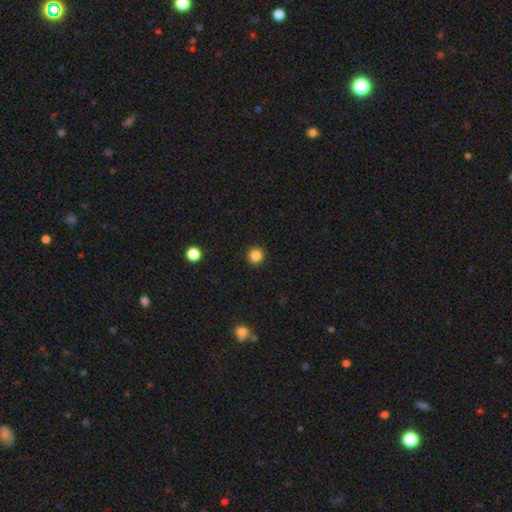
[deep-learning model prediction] A smooth galaxy with no disk features (85%) that is round (95%). Merging: none (93%).